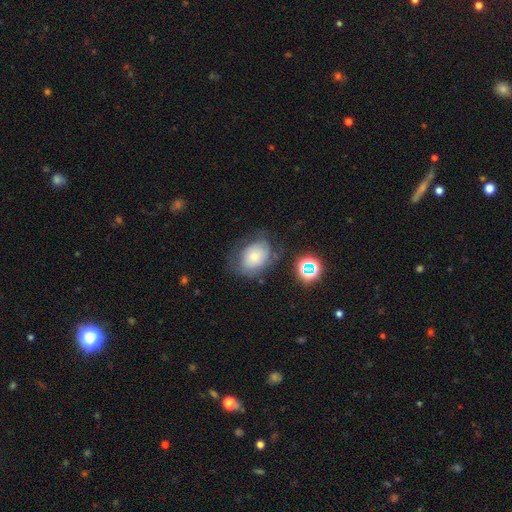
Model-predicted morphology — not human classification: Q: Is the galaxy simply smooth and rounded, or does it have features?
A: smooth — 63%.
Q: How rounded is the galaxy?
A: in between — 67%.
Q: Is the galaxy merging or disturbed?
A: none — 53%.